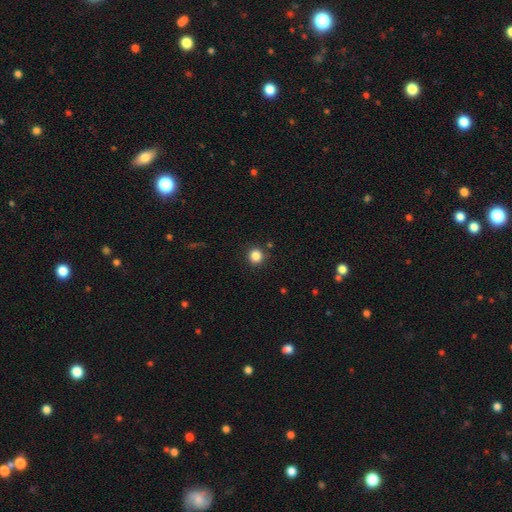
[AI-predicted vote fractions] Q: Smooth or featured?
A: smooth (85%); runner-up: star or artifact (12%)
Q: How rounded?
A: round (91%); runner-up: in between (8%)
Q: Merging?
A: none (89%); runner-up: minor disturbance (7%)